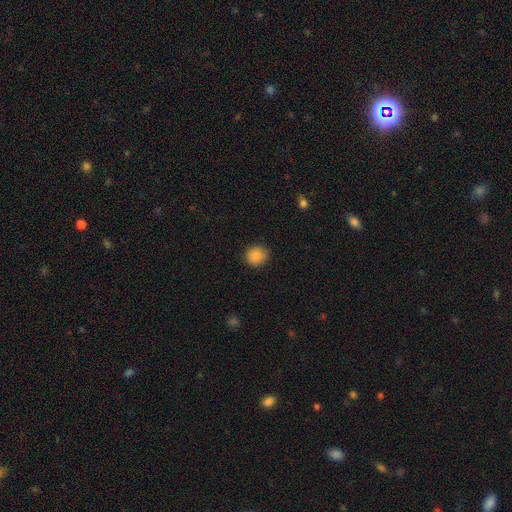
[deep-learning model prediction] Smooth or featured? smooth (87%)
How rounded? round (88%)
Merging? none (89%)